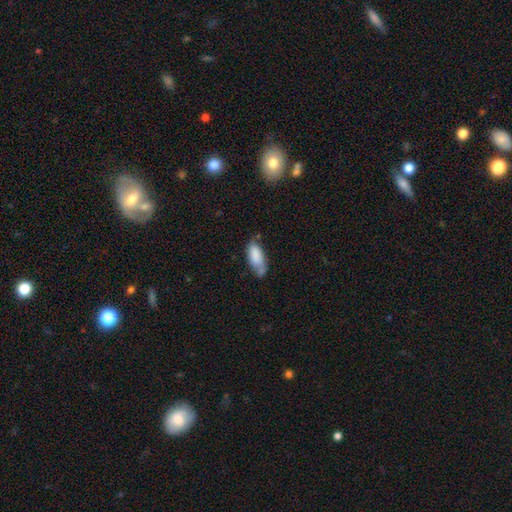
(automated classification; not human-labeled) The model was most divided on "merging": none: 48%, minor disturbance: 34%, major disturbance: 9%, merger: 8%. More confident: how rounded — in between (82%); smooth or featured — smooth (82%).